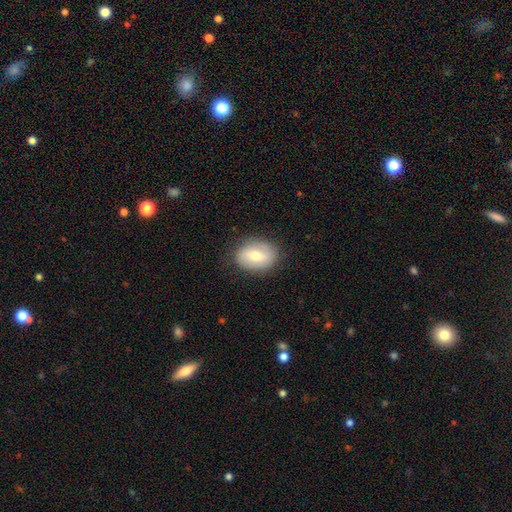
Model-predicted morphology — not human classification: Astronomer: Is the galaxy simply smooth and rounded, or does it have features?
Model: smooth — 57% (runner-up: featured or disk, 36%).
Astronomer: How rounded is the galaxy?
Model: in between — 64%.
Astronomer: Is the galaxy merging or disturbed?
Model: none — 83%.